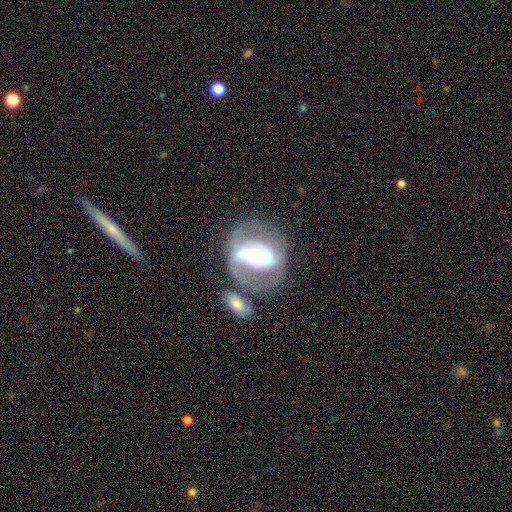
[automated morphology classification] featured or disk 75%, smooth 19%, star or artifact 6%. Down the decision tree: edge-on disk — no (95%); bar — strong (38%); spiral arms — yes (68%); bulge size — moderate (66%); merging — none (50%).